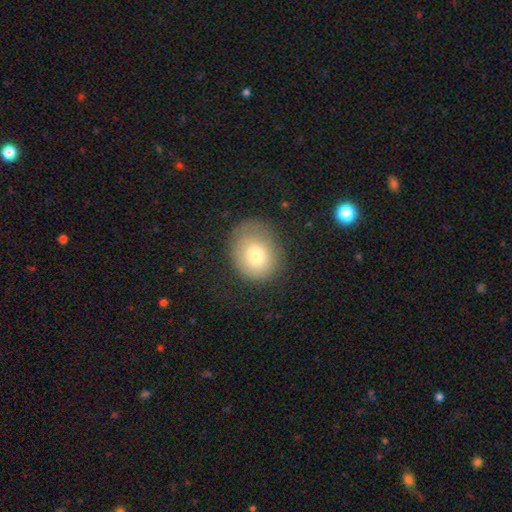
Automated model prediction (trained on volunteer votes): A smooth galaxy with no disk features (75%) that is round (60%).

Vote fractions:
- Smooth or featured? smooth: 75% / featured or disk: 15% / star or artifact: 10%
- How rounded? round: 60% / in between: 39% / cigar-shaped: 1%
- Merging? none: 67% / minor disturbance: 21% / major disturbance: 10% / merger: 1%